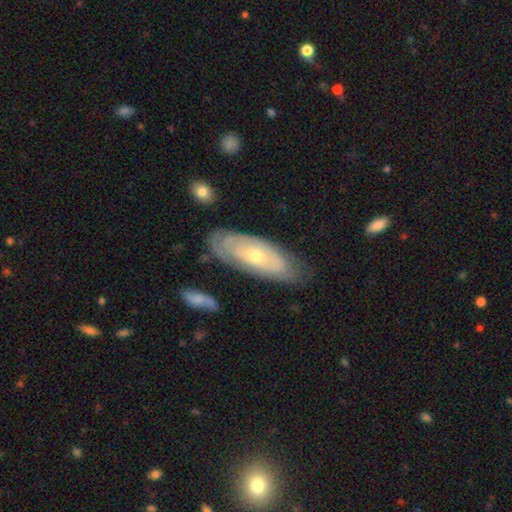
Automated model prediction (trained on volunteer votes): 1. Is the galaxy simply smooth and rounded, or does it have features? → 65% featured or disk, 29% smooth, 6% star or artifact.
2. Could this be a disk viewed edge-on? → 84% no, 16% yes.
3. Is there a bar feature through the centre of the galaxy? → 85% no, 12% weak, 3% strong.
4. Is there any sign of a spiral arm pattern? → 61% yes, 39% no.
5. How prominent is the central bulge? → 55% small, 42% moderate, 2% large, 1% none, 1% dominant.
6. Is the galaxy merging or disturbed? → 73% none, 19% minor disturbance, 6% major disturbance, 2% merger.